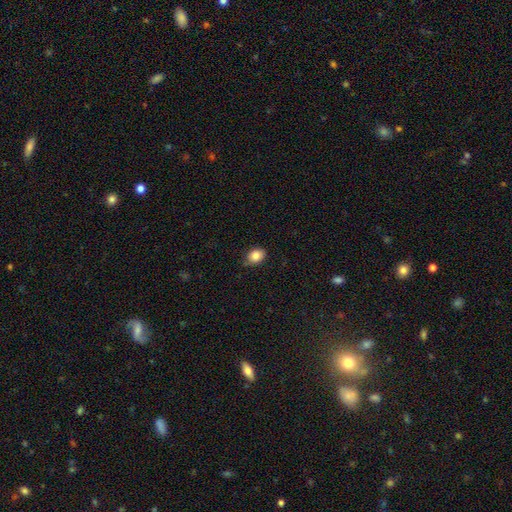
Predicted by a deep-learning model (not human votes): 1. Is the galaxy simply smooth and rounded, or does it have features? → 84% smooth, 9% star or artifact, 7% featured or disk.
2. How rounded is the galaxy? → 64% in between, 34% round, 1% cigar-shaped.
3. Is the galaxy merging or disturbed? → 79% none, 17% minor disturbance, 3% major disturbance, 1% merger.